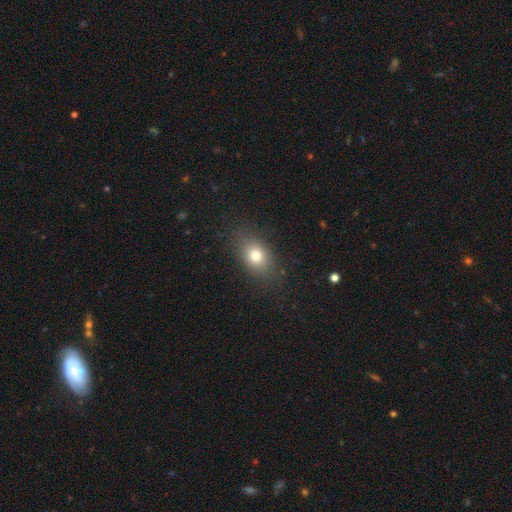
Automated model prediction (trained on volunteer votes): This is likely a smooth galaxy (76%). How rounded: likely in between (72%). Merging: clearly none (82%).